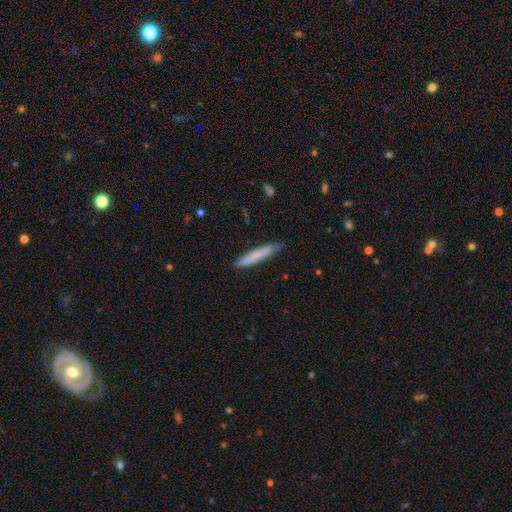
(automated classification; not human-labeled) A smooth galaxy with no disk features (74%) that is cigar-shaped (94%). Merging: none (85%).